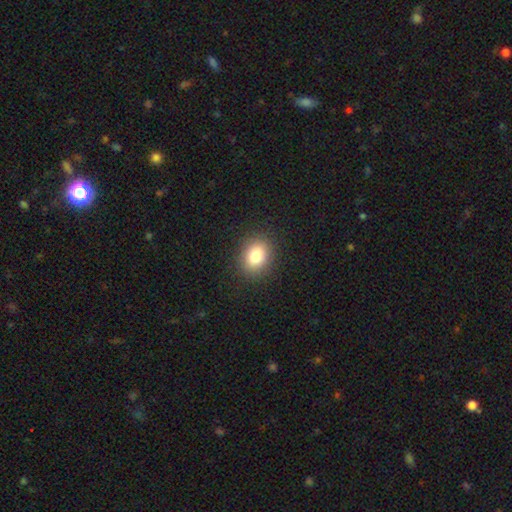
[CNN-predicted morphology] Smooth or featured?
  - smooth: 81% *
  - star or artifact: 11%
  - featured or disk: 9%
How rounded?
  - in between: 54% *
  - round: 44%
  - cigar-shaped: 1%
Merging?
  - none: 89% *
  - minor disturbance: 8%
  - major disturbance: 3%
  - merger: 1%